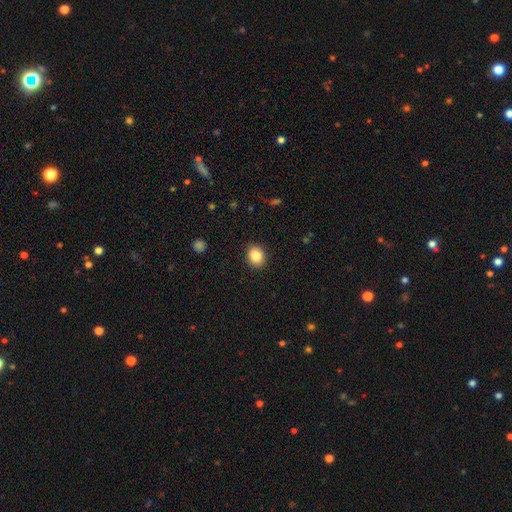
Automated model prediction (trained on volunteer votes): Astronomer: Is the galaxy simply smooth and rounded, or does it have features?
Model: smooth — 85%.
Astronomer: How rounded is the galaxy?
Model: round — 59% (runner-up: in between, 40%).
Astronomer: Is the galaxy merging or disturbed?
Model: none — 90%.